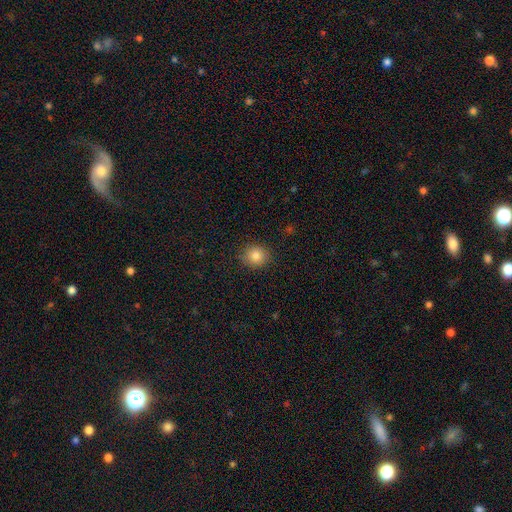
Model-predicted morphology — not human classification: Smooth or featured?
  - smooth: 84% *
  - star or artifact: 10%
  - featured or disk: 6%
How rounded?
  - round: 84% *
  - in between: 15%
  - cigar-shaped: 1%
Merging?
  - none: 89% *
  - minor disturbance: 8%
  - major disturbance: 2%
  - merger: 1%